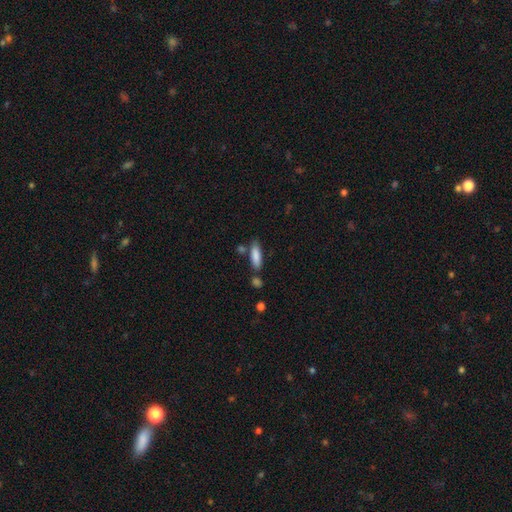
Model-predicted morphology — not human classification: Smooth or featured? Predicted: smooth (p=0.84). How rounded? Predicted: in between (p=0.52). Merging? Predicted: none (p=0.68).